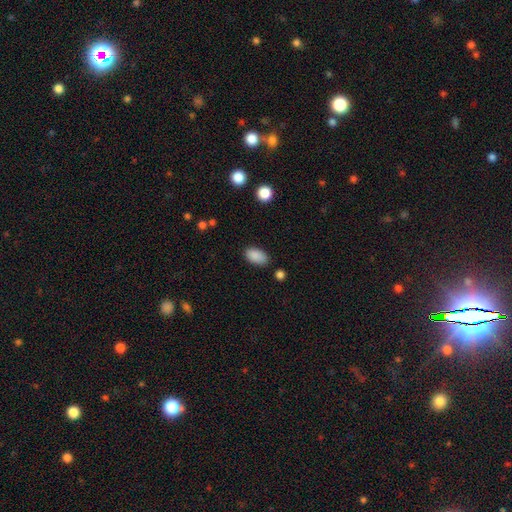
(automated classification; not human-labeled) Smooth or featured? Predicted: smooth (p=0.88). How rounded? Predicted: in between (p=0.93). Merging? Predicted: none (p=0.83).